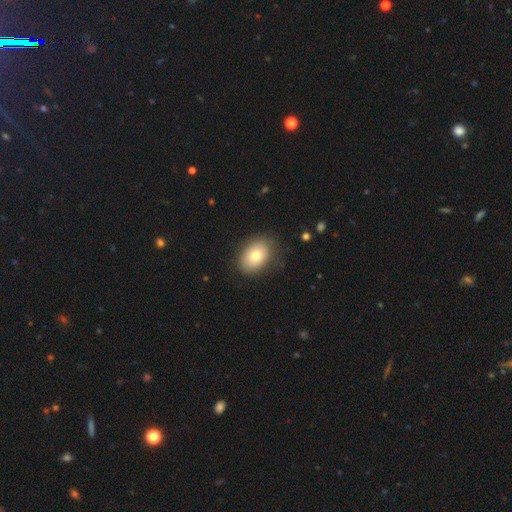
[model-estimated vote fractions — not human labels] Q: Smooth or featured?
A: smooth (78%); runner-up: featured or disk (14%)
Q: How rounded?
A: in between (80%); runner-up: round (19%)
Q: Merging?
A: none (83%); runner-up: minor disturbance (13%)